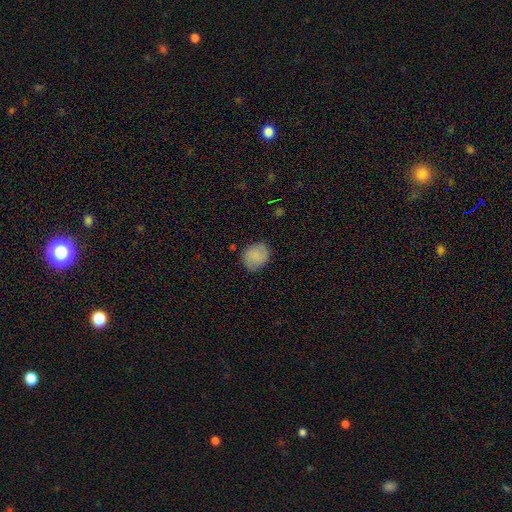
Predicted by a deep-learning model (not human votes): The model was most divided on "how rounded": round: 59%, in between: 40%, cigar-shaped: 1%. More confident: smooth or featured — smooth (84%); merging — none (80%).